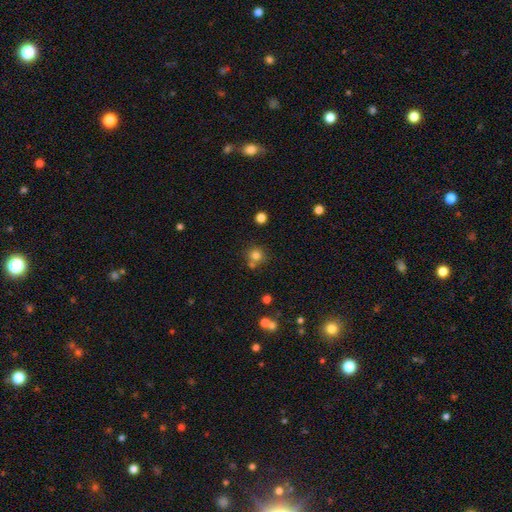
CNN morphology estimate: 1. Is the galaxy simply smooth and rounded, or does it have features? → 77% smooth, 15% star or artifact, 8% featured or disk.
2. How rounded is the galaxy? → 91% round, 8% in between, 1% cigar-shaped.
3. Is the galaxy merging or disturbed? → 68% none, 20% merger, 9% minor disturbance, 3% major disturbance.